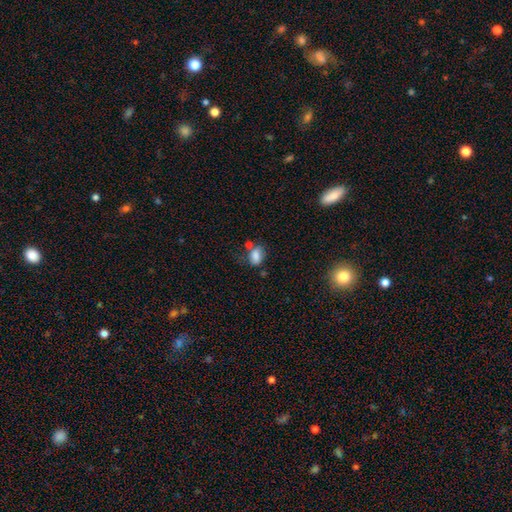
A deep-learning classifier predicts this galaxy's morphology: Overall: smooth (80%). How rounded: in between (77%). Merging: none (46%; minor disturbance 24%).